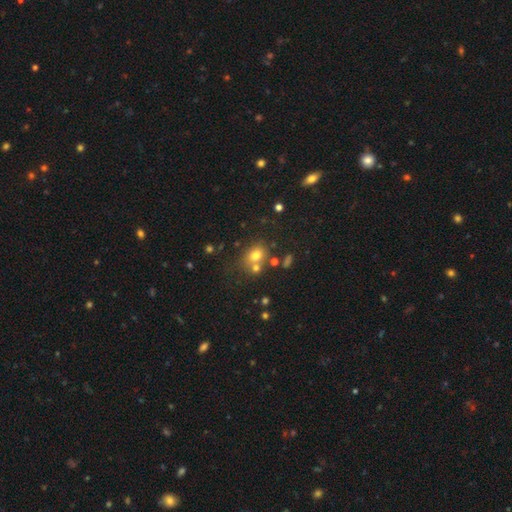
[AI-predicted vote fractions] smooth 72%, star or artifact 15%, featured or disk 13%. Down the decision tree: how rounded — round (53%); merging — none (56%).